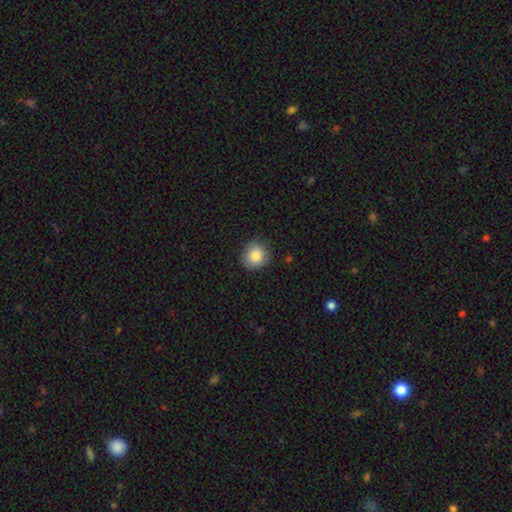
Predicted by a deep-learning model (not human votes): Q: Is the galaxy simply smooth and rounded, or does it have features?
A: smooth — 84%.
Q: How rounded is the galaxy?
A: round — 87%.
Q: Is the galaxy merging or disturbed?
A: none — 87%.